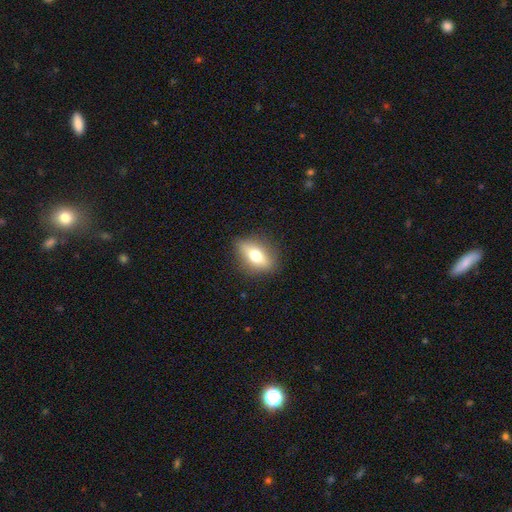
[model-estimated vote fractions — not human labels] Morphology: type=smooth (58%); roundness=in between (73%); merging=none (85%).